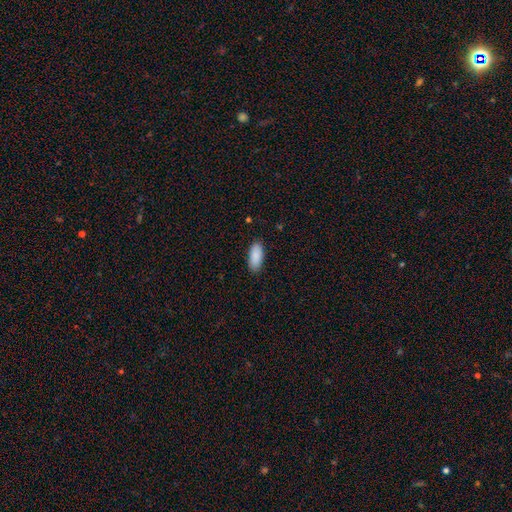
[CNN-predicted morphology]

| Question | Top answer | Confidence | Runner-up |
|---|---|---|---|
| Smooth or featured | smooth | 90% | star or artifact (6%) |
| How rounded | in between | 87% | cigar-shaped (11%) |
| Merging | none | 88% | minor disturbance (9%) |